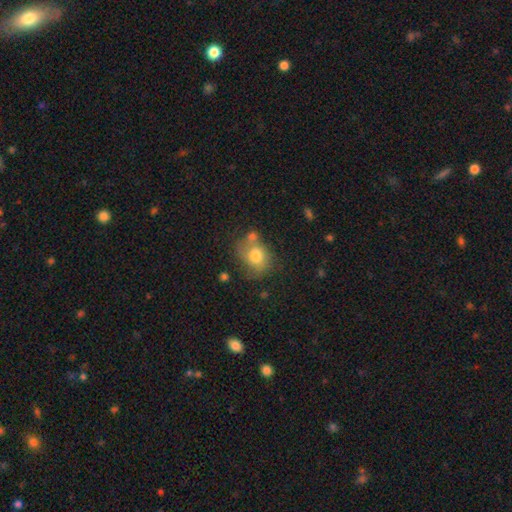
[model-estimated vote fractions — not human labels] smooth_or_featured: smooth (p=0.70) [alt: featured or disk p=0.20]
how_rounded: round (p=0.53) [alt: in between p=0.46]
merging: none (p=0.50) [alt: minor disturbance p=0.23]